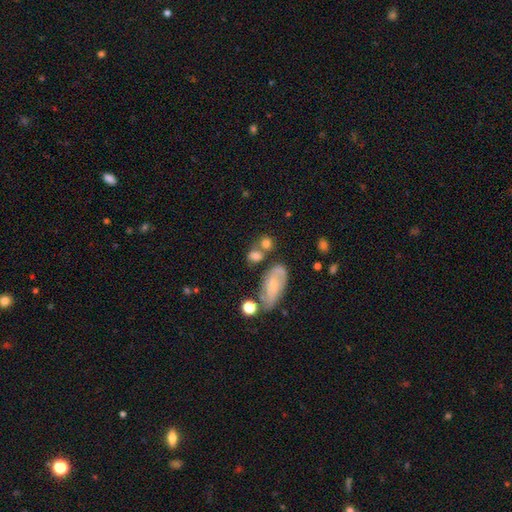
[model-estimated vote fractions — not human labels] Smooth or featured? smooth (70%)
How rounded? in between (48%, tied with round)
Merging? none (47%)